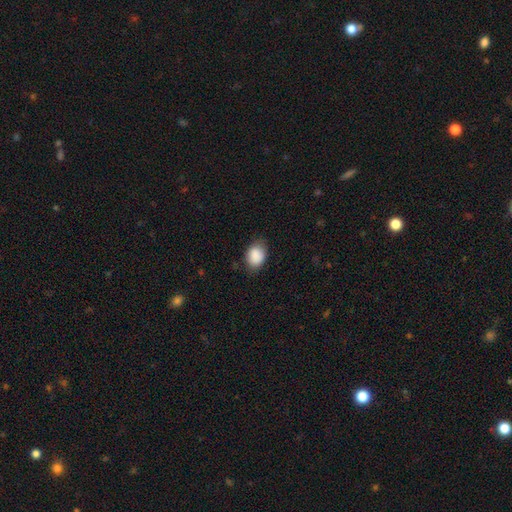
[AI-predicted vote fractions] Smooth or featured: smooth — 88% (star or artifact — 7%)
How rounded: in between — 71% (round — 28%)
Merging: none — 74% (minor disturbance — 20%)